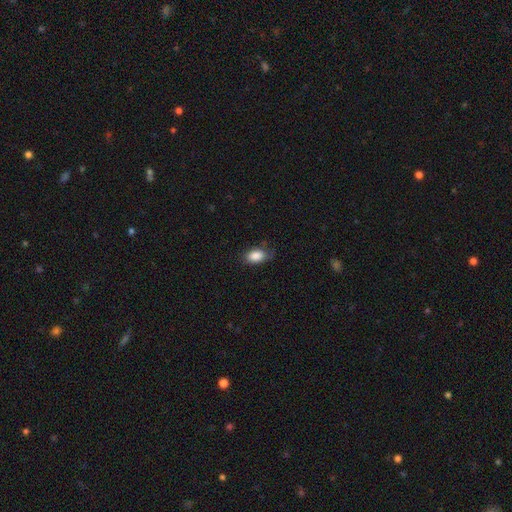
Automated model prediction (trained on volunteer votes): The model was most divided on "merging": none: 68%, minor disturbance: 25%, major disturbance: 6%, merger: 1%. More confident: how rounded — in between (89%); smooth or featured — smooth (87%).